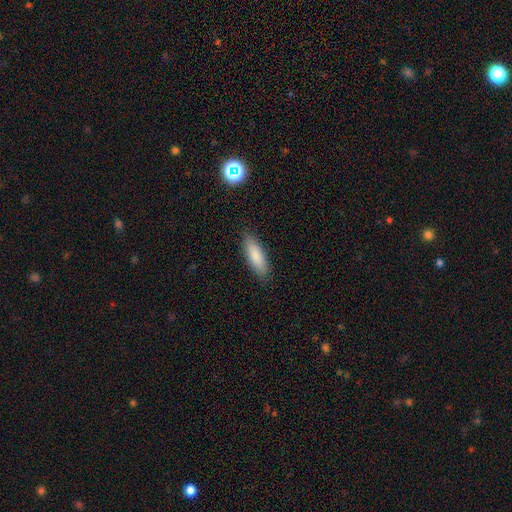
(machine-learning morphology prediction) smooth-or-featured: smooth: 84% | featured or disk: 10% | star or artifact: 6%
  how-rounded: cigar-shaped: 51% | in between: 47% | round: 1%
  merging: none: 87% | minor disturbance: 10% | major disturbance: 2% | merger: 1%